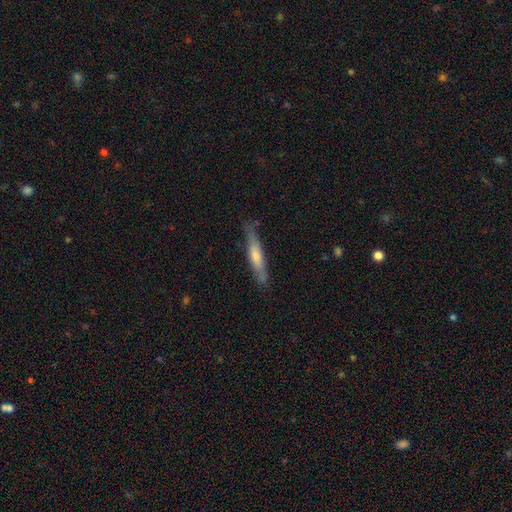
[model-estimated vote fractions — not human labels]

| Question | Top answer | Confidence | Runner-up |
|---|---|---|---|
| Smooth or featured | smooth | 52% | featured or disk (42%) |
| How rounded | cigar-shaped | 90% | in between (9%) |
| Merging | none | 81% | minor disturbance (15%) |